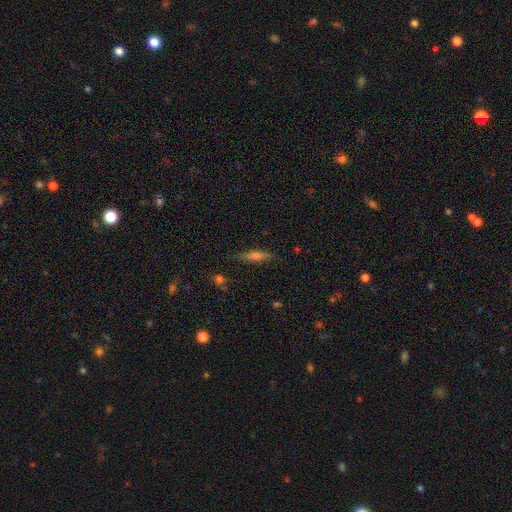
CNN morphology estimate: This is possibly a smooth galaxy (50%). Merging: clearly none (84%).